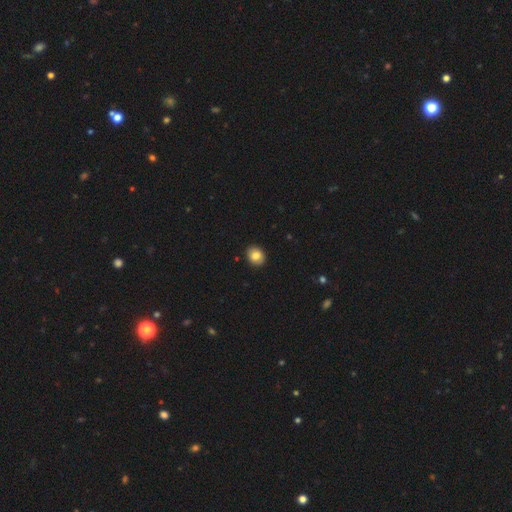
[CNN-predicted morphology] Smooth or featured? smooth (83%)
How rounded? round (58%)
Merging? none (90%)